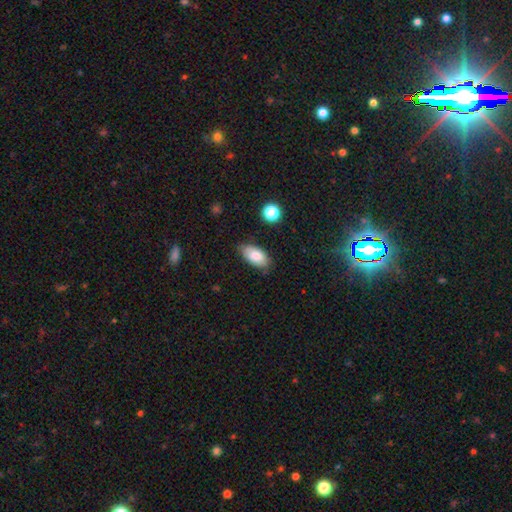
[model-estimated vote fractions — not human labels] A smooth galaxy with no disk features (82%) that is in between round and cigar-shaped (93%). Merging: none (76%).